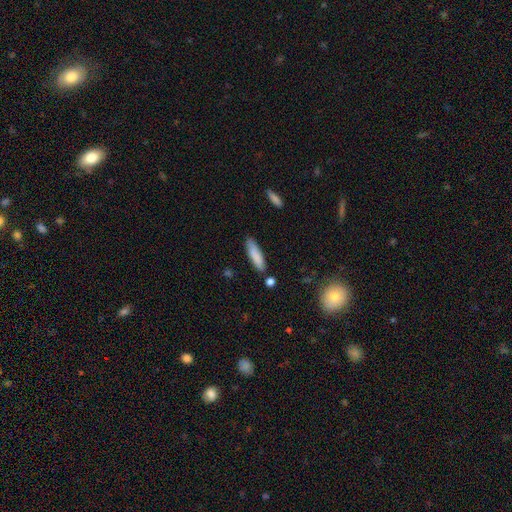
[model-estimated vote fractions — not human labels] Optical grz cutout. It shows a smooth galaxy with no disk features (84%) that is cigar-shaped (69%). Merging: none (82%).